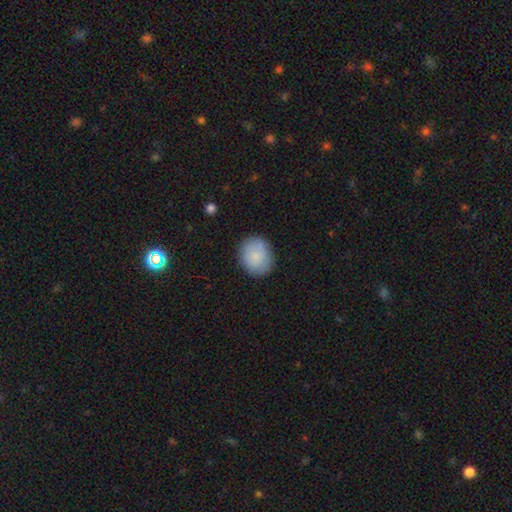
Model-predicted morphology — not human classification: Smooth or featured? Predicted: smooth (p=0.83). How rounded? Predicted: round (p=0.69). Merging? Predicted: none (p=0.83).